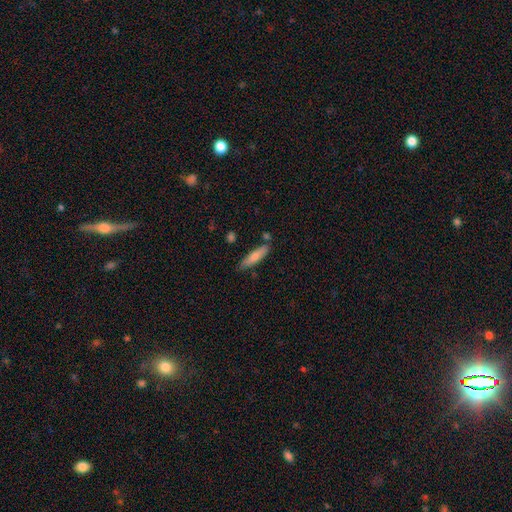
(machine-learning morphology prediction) smooth 73%, featured or disk 21%, star or artifact 6%. Down the decision tree: how rounded — cigar-shaped (76%); merging — none (77%).